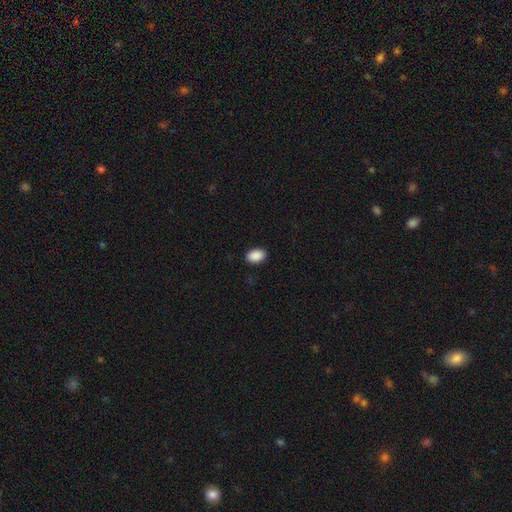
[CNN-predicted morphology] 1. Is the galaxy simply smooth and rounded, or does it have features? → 90% smooth, 7% star or artifact, 2% featured or disk.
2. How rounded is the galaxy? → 89% in between, 9% round, 1% cigar-shaped.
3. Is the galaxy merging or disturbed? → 89% none, 8% minor disturbance, 2% major disturbance, 1% merger.